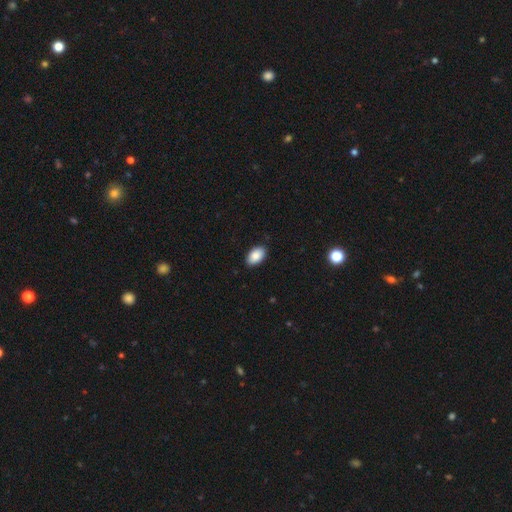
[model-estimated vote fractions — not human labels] Smooth or featured? smooth (89%)
How rounded? in between (93%)
Merging? none (88%)